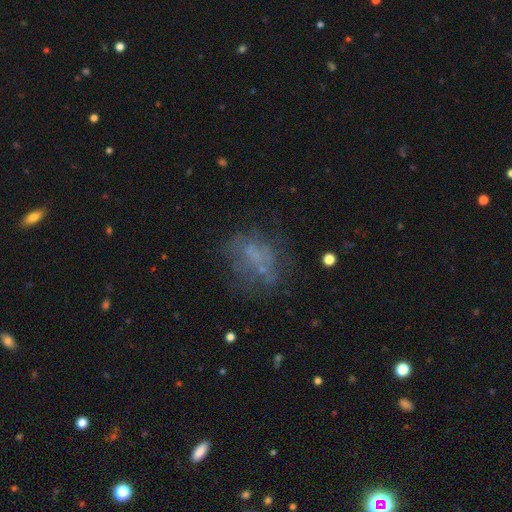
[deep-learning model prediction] Morphology: type=featured or disk (43%); merging=none (49%).